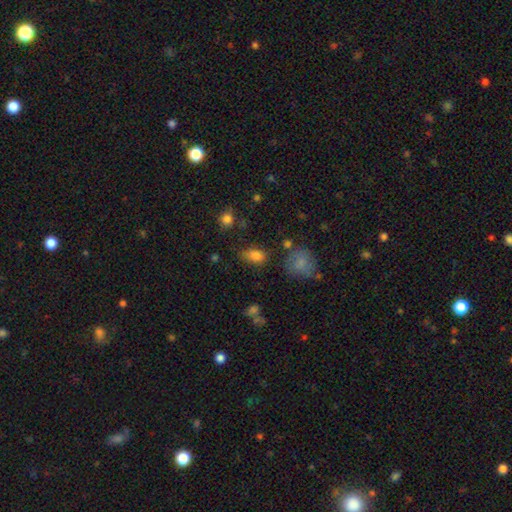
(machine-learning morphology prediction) smooth 82%, star or artifact 11%, featured or disk 7%. Down the decision tree: how rounded — in between (84%); merging — none (68%).